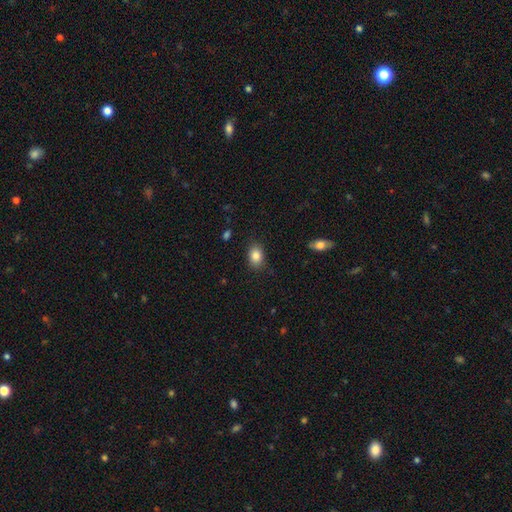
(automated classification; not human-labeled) A smooth galaxy with no disk features (84%) that is in between round and cigar-shaped (77%).

Vote fractions:
- Smooth or featured? smooth: 84% / star or artifact: 9% / featured or disk: 7%
- How rounded? in between: 77% / round: 21% / cigar-shaped: 1%
- Merging? none: 84% / minor disturbance: 12% / major disturbance: 3% / merger: 1%